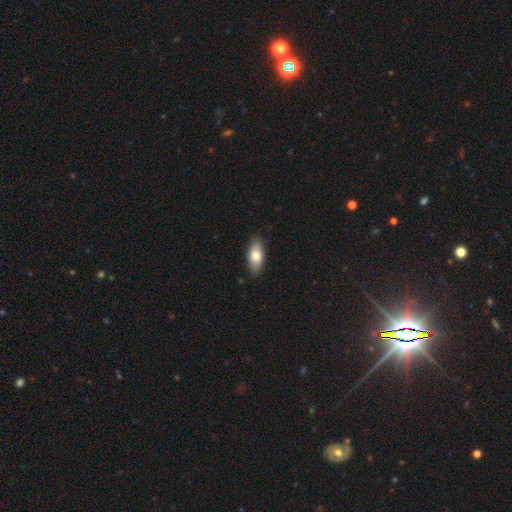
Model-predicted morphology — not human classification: smooth 76%, featured or disk 18%, star or artifact 6%. Down the decision tree: how rounded — in between (83%); merging — none (88%).